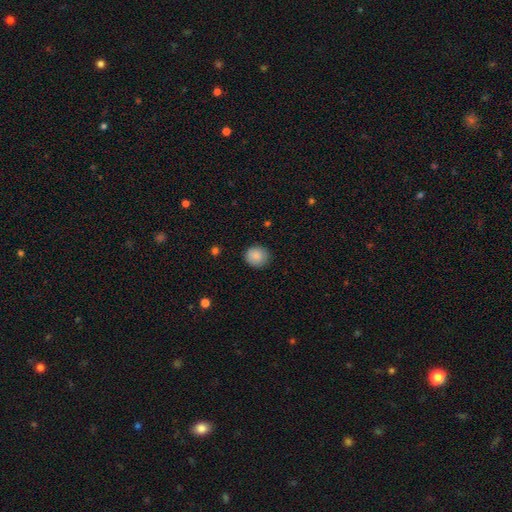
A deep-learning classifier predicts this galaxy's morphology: Q: Smooth or featured?
A: smooth (88%); runner-up: star or artifact (8%)
Q: How rounded?
A: round (86%); runner-up: in between (13%)
Q: Merging?
A: none (88%); runner-up: minor disturbance (9%)